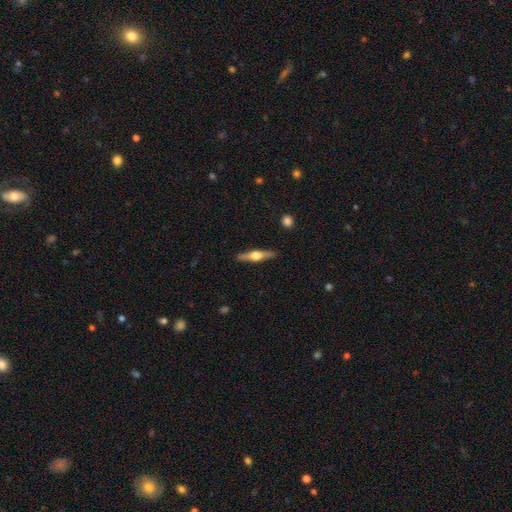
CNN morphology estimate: Smooth or featured? Predicted: featured or disk (p=0.68). Edge-on disk? Predicted: yes (p=0.97). Edge-on bulge? Predicted: rounded (p=0.94). Merging? Predicted: none (p=0.90).